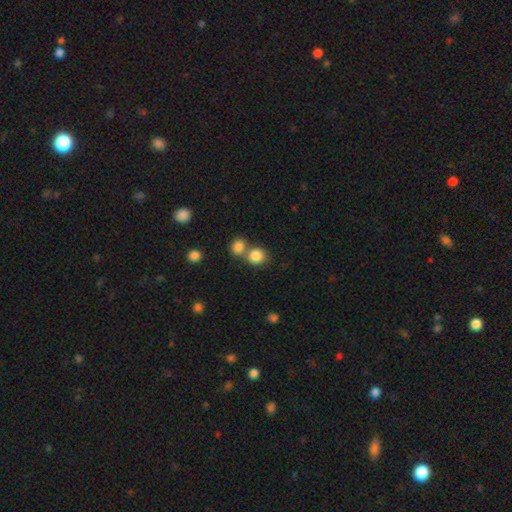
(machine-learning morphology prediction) A smooth galaxy with no disk features (84%) that is round (78%).

Vote fractions:
- Smooth or featured? smooth: 84% / star or artifact: 10% / featured or disk: 7%
- How rounded? round: 78% / in between: 21% / cigar-shaped: 1%
- Merging? none: 46% / merger: 44% / minor disturbance: 7% / major disturbance: 3%